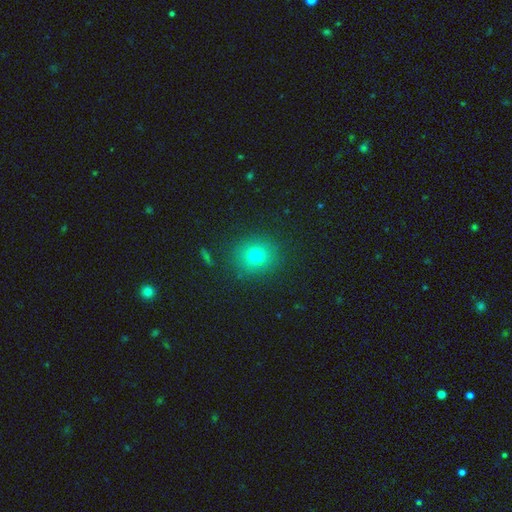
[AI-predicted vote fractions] Q: Smooth or featured?
A: smooth (75%); runner-up: star or artifact (16%)
Q: How rounded?
A: round (84%); runner-up: in between (15%)
Q: Merging?
A: none (87%); runner-up: minor disturbance (8%)